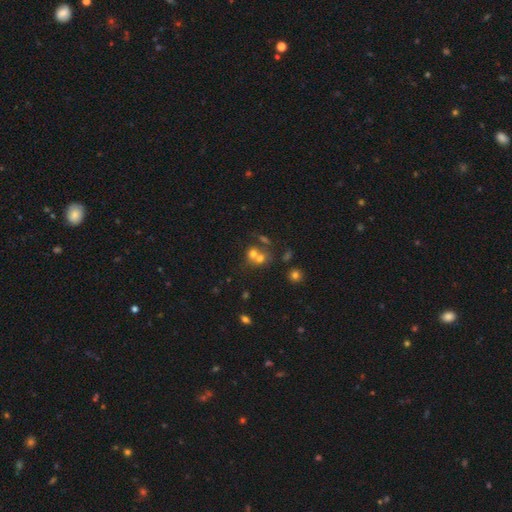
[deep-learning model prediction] smooth-or-featured: smooth: 61% | featured or disk: 21% | star or artifact: 17%
  how-rounded: round: 72% | in between: 27% | cigar-shaped: 1%
  merging: merger: 57% | none: 31% | minor disturbance: 7% | major disturbance: 5%